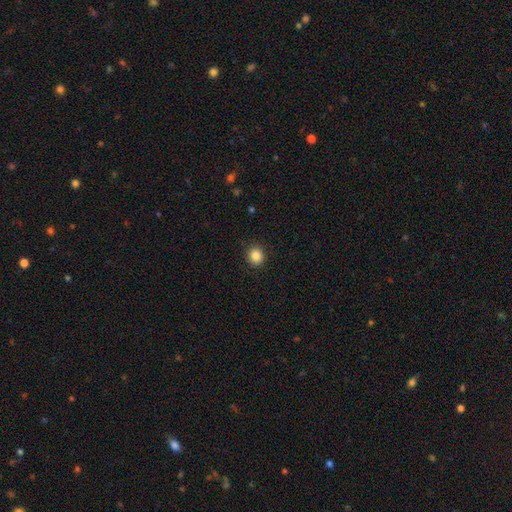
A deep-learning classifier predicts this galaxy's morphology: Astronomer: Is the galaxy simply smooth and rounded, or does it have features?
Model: smooth — 86%.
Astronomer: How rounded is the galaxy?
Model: round — 75%.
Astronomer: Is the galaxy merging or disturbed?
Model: none — 91%.